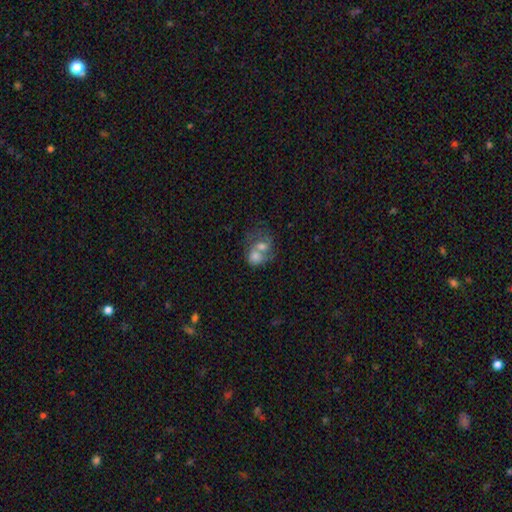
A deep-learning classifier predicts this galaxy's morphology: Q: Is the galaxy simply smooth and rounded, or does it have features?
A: smooth — 60%.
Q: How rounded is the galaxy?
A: round — 54%.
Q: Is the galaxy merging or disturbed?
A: merger — 74%.